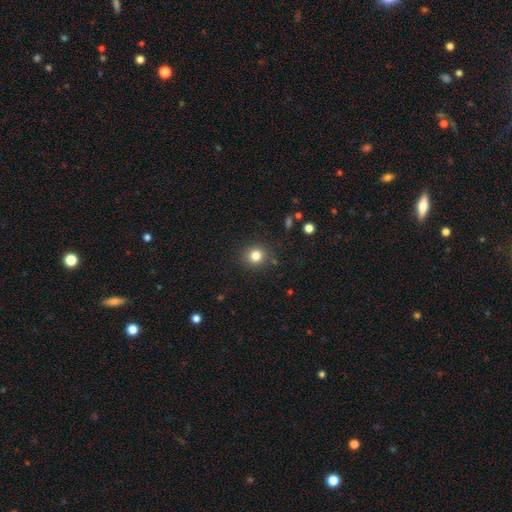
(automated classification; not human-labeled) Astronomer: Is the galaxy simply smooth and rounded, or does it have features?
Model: smooth — 81%.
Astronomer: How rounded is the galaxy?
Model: round — 89%.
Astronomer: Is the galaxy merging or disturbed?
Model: none — 88%.